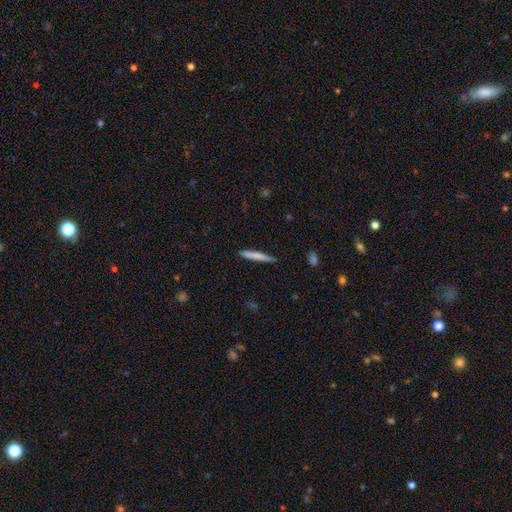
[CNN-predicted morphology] Q: Smooth or featured?
A: smooth (72%); runner-up: featured or disk (22%)
Q: How rounded?
A: cigar-shaped (96%); runner-up: in between (3%)
Q: Merging?
A: none (88%); runner-up: minor disturbance (9%)